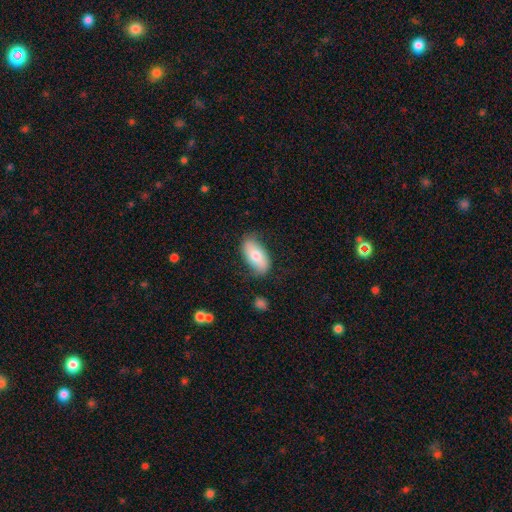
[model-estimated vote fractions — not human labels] The model was most divided on "smooth or featured": smooth: 70%, featured or disk: 24%, star or artifact: 6%. More confident: how rounded — in between (92%); merging — none (74%).